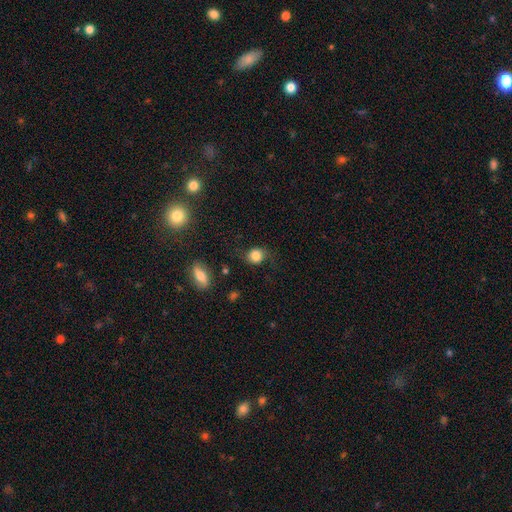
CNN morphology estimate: This appears to be a smooth galaxy with no disk features (80%) that is round (75%). Merging: none (65%).